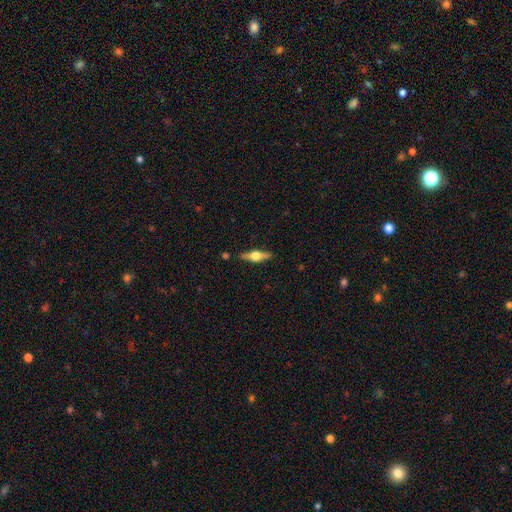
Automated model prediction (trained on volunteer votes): The model was most divided on "smooth or featured": featured or disk: 73%, smooth: 21%, star or artifact: 6%. More confident: edge-on disk — yes (97%); edge-on bulge — rounded (95%); merging — none (88%).